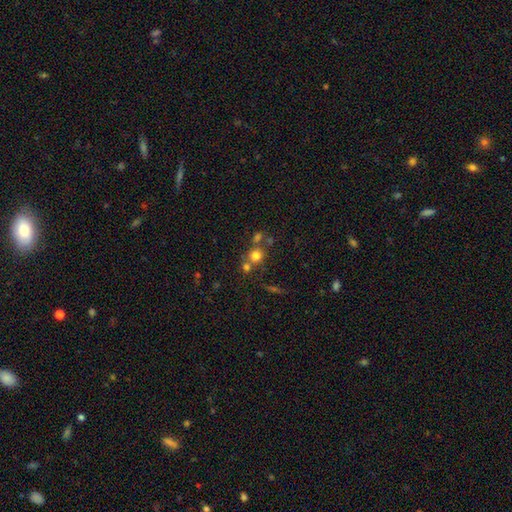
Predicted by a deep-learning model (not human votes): Smooth or featured: smooth — 71% (star or artifact — 17%)
How rounded: round — 86% (in between — 13%)
Merging: none — 55% (merger — 31%)